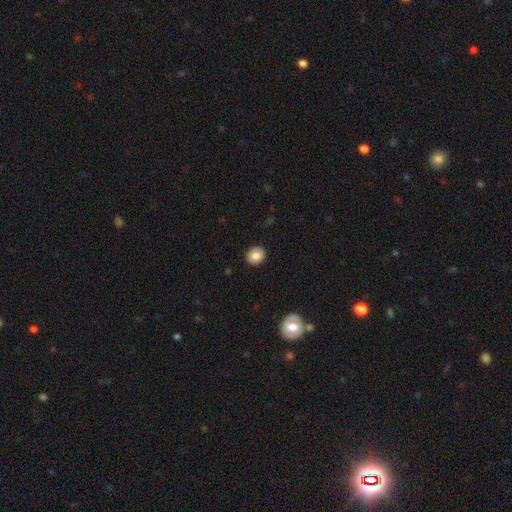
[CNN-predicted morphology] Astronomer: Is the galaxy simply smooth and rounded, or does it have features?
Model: smooth — 84%.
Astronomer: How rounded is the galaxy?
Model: round — 67%.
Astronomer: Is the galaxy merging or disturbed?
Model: none — 90%.